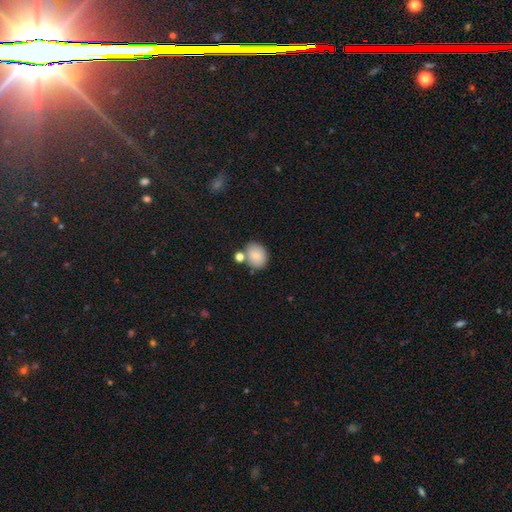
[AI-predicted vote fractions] Smooth or featured? Predicted: smooth (p=0.83). How rounded? Predicted: in between (p=0.50). Merging? Predicted: none (p=0.69).